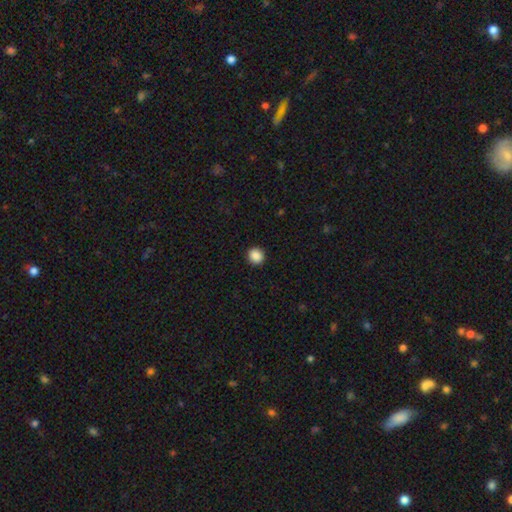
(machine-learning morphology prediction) smooth-or-featured: smooth: 88% | star or artifact: 9% | featured or disk: 3%
  how-rounded: round: 85% | in between: 14% | cigar-shaped: 1%
  merging: none: 92% | minor disturbance: 6% | major disturbance: 2% | merger: 1%